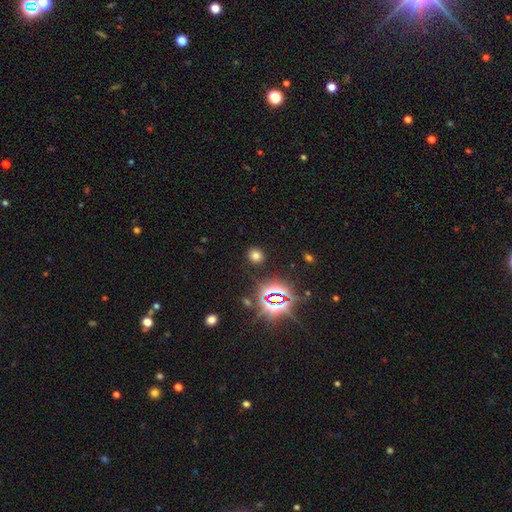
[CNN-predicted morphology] This appears to be a smooth galaxy with no disk features (64%) that is round (81%). Merging: none (88%).